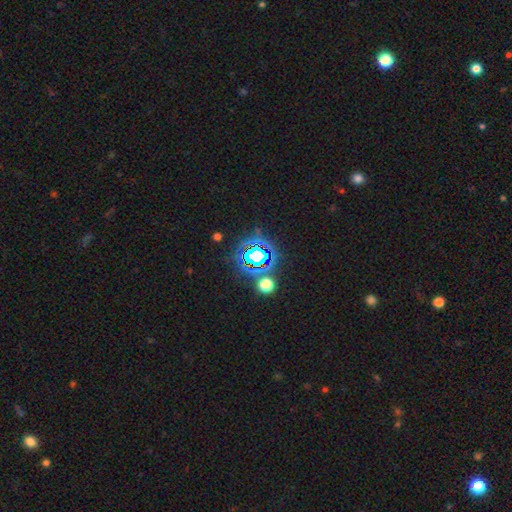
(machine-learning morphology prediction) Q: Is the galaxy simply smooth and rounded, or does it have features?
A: star or artifact — 72%.